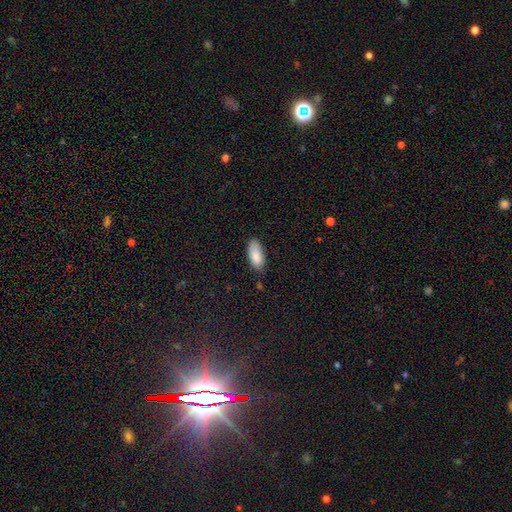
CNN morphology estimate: Smooth or featured? Predicted: smooth (p=0.86). How rounded? Predicted: in between (p=0.87). Merging? Predicted: none (p=0.76).